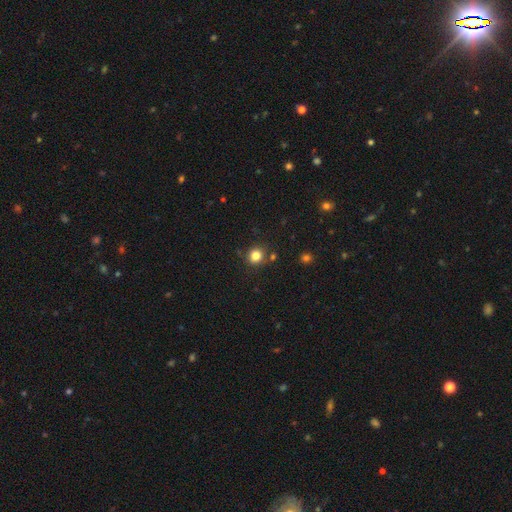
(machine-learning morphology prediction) A smooth galaxy with no disk features (82%) that is round (87%). Merging: none (83%).